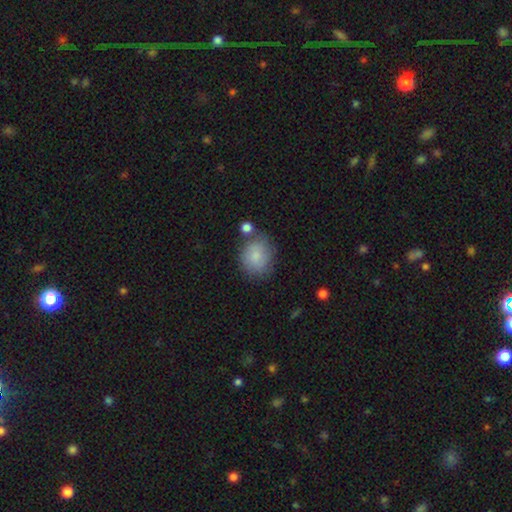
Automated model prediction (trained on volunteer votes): Smooth or featured?
  - smooth: 81% *
  - featured or disk: 11%
  - star or artifact: 8%
How rounded?
  - round: 64% *
  - in between: 35%
  - cigar-shaped: 1%
Merging?
  - none: 63% *
  - minor disturbance: 19%
  - merger: 12%
  - major disturbance: 6%